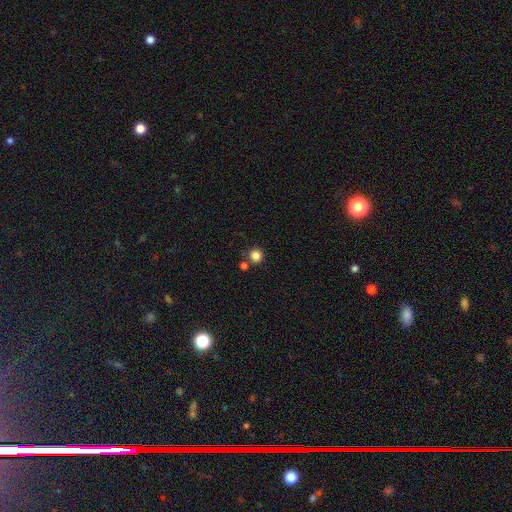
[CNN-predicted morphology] This is clearly a smooth galaxy (84%). How rounded: clearly round (94%). Merging: likely none (79%).